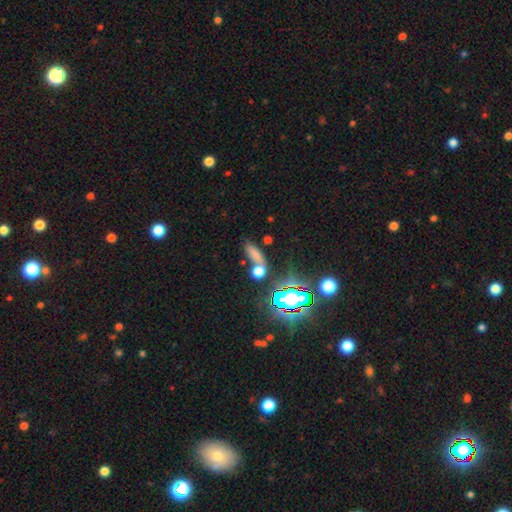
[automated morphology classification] Q: Smooth or featured?
A: smooth (65%); runner-up: star or artifact (25%)
Q: How rounded?
A: in between (53%); runner-up: cigar-shaped (33%)
Q: Merging?
A: none (53%); runner-up: merger (26%)